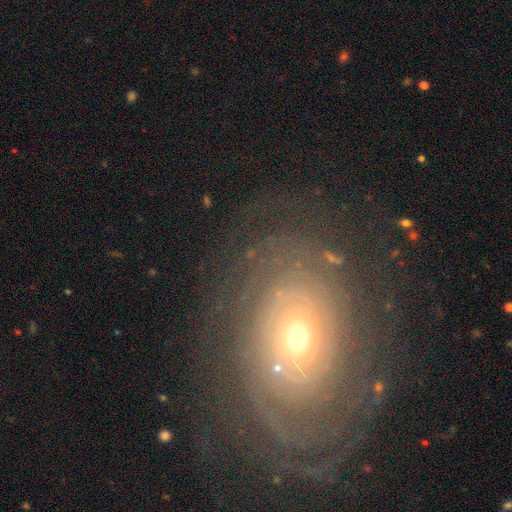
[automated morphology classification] Smooth or featured: featured or disk — 78% (smooth — 12%)
Edge-on disk: no — 96% (yes — 4%)
Bar: no — 80% (weak — 15%)
Spiral arms: yes — 87% (no — 13%)
Spiral winding: tight — 78% (medium — 16%)
Spiral arm count: can't tell — 44% (2 — 15%)
Bulge size: small — 60% (moderate — 34%)
Merging: none — 77% (minor disturbance — 13%)